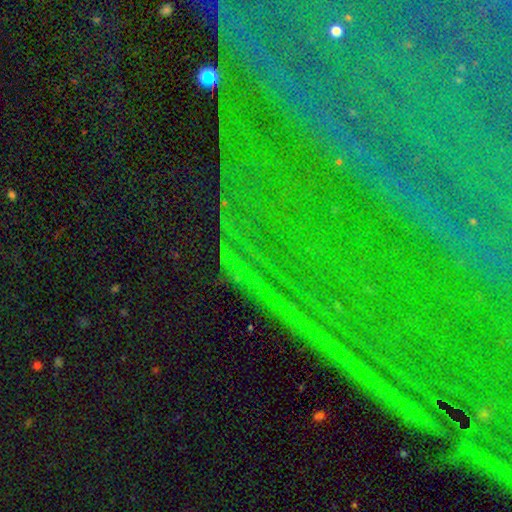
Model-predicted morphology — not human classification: Smooth or featured: star or artifact — 85% (featured or disk — 9%)